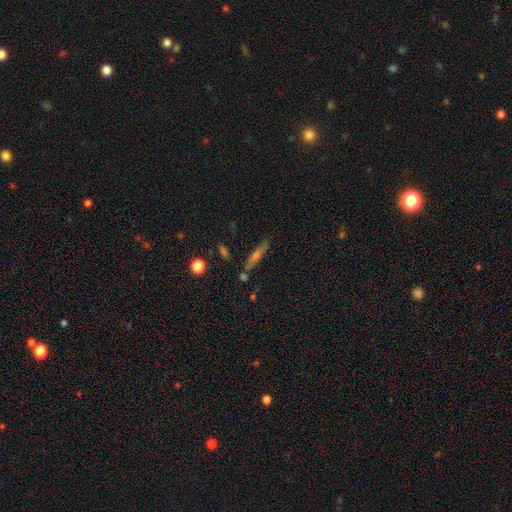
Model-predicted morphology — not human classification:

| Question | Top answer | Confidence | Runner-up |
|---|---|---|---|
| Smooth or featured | featured or disk | 51% | smooth (36%) |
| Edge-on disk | yes | 88% | no (12%) |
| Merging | none | 80% | minor disturbance (12%) |